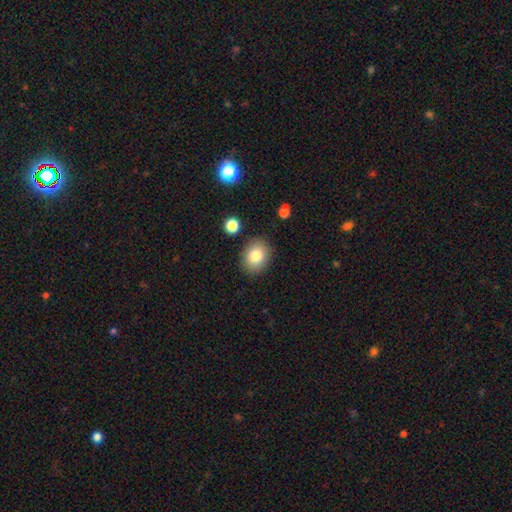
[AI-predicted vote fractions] This is clearly a smooth galaxy (82%). How rounded: possibly in between (56%). Merging: clearly none (86%).